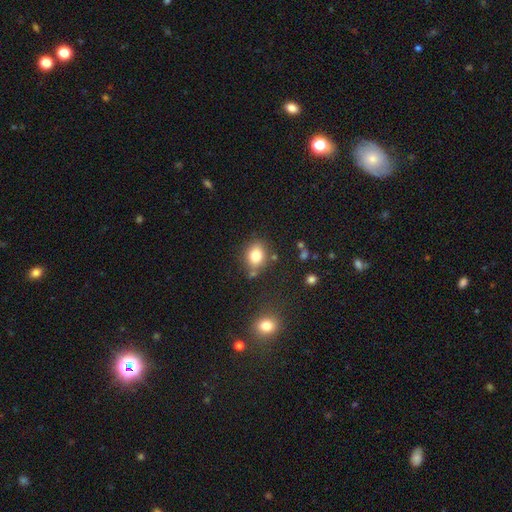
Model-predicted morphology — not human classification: Smooth or featured? smooth (81%)
How rounded? in between (54%)
Merging? none (72%)